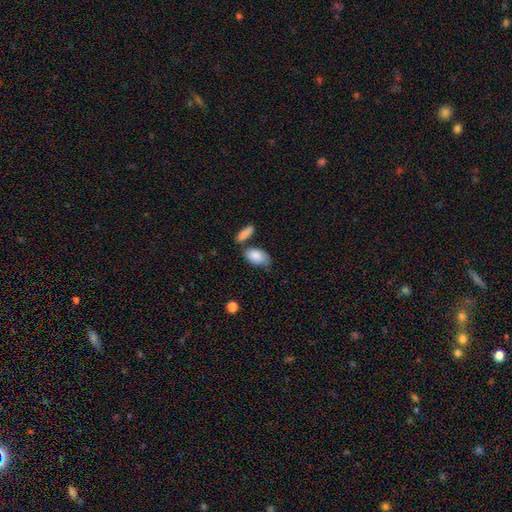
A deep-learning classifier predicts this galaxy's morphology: smooth-or-featured: smooth: 85% | featured or disk: 9% | star or artifact: 6%
  how-rounded: in between: 93% | round: 4% | cigar-shaped: 3%
  merging: none: 54% | merger: 21% | minor disturbance: 19% | major disturbance: 5%